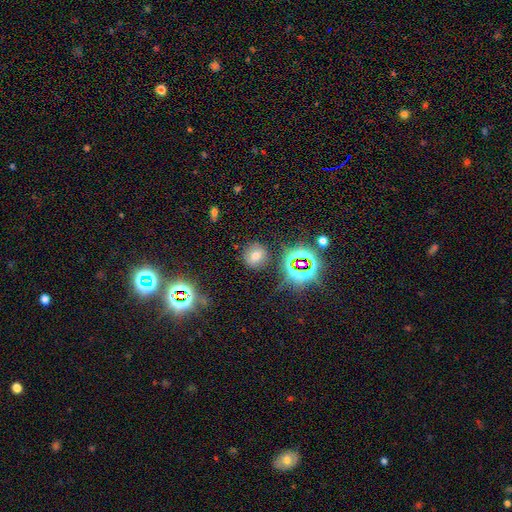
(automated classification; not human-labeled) Smooth or featured: smooth — 58% (star or artifact — 30%)
How rounded: round — 80% (in between — 19%)
Merging: none — 82% (minor disturbance — 10%)